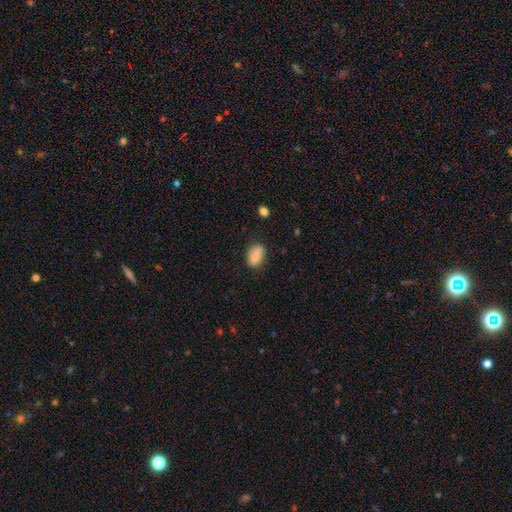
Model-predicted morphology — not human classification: Overall: smooth (80%). How rounded: in between (86%). Merging: none (80%).